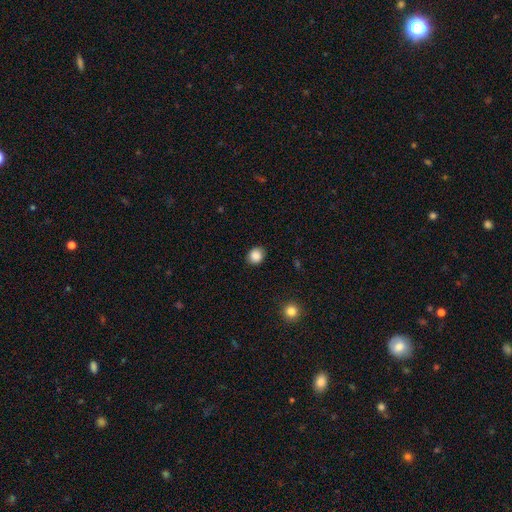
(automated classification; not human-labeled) This is clearly a smooth galaxy (87%). How rounded: likely round (67%). Merging: clearly none (88%).